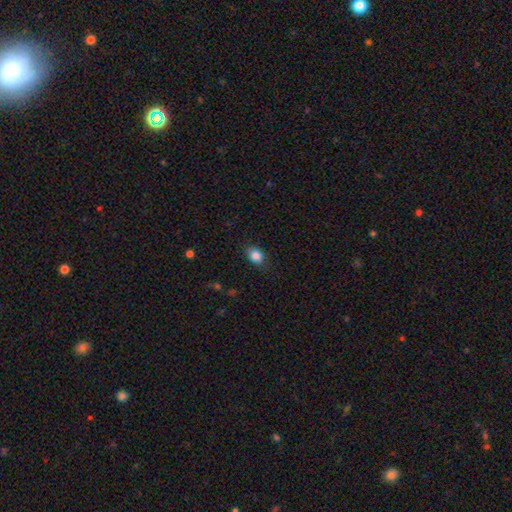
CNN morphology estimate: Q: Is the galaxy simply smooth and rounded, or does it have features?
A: smooth — 86%.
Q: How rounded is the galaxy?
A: in between — 60%.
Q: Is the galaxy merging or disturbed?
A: none — 83%.